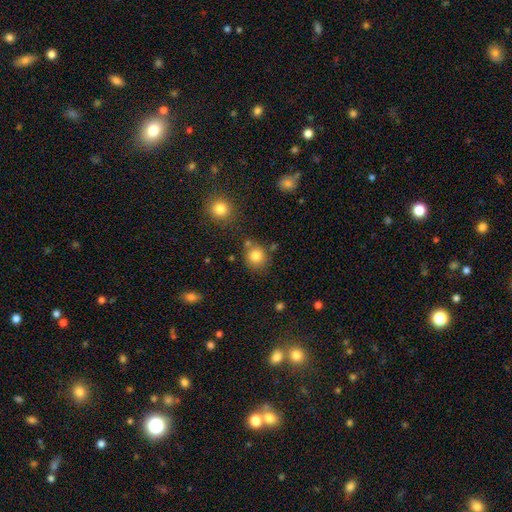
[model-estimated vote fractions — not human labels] smooth-or-featured: smooth: 82% | star or artifact: 11% | featured or disk: 7%
  how-rounded: round: 85% | in between: 14% | cigar-shaped: 1%
  merging: none: 75% | minor disturbance: 11% | merger: 10% | major disturbance: 4%